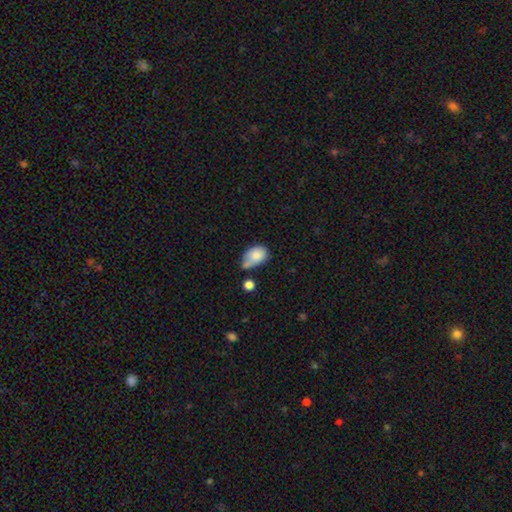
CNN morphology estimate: This is clearly a smooth galaxy (80%). How rounded: likely in between (79%). Merging: marginally none (31%, tied with minor disturbance).